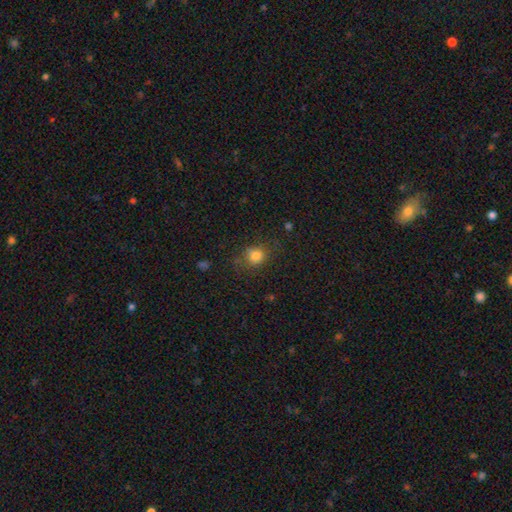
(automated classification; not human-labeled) Smooth or featured: smooth — 80% (star or artifact — 13%)
How rounded: round — 72% (in between — 27%)
Merging: none — 71% (minor disturbance — 18%)